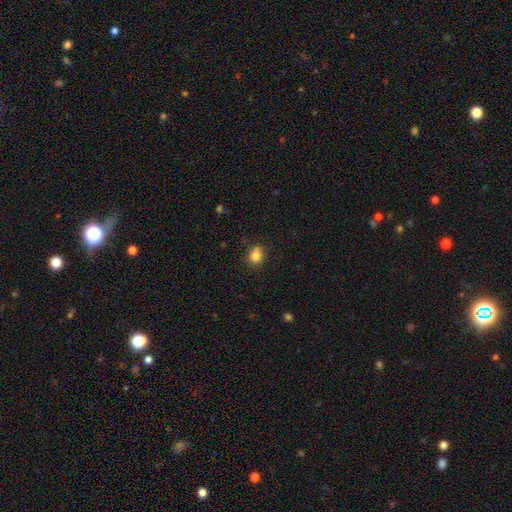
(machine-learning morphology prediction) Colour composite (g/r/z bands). It shows a smooth galaxy with no disk features (81%) that is round (57%). Merging: none (67%).